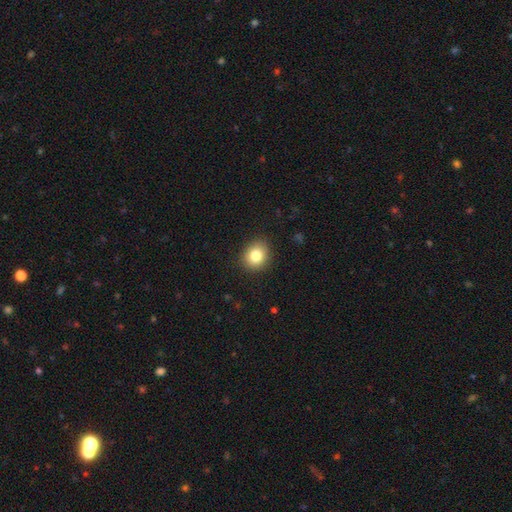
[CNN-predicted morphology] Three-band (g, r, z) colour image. It shows a smooth galaxy with no disk features (82%) that is round (68%). Merging: none (89%).